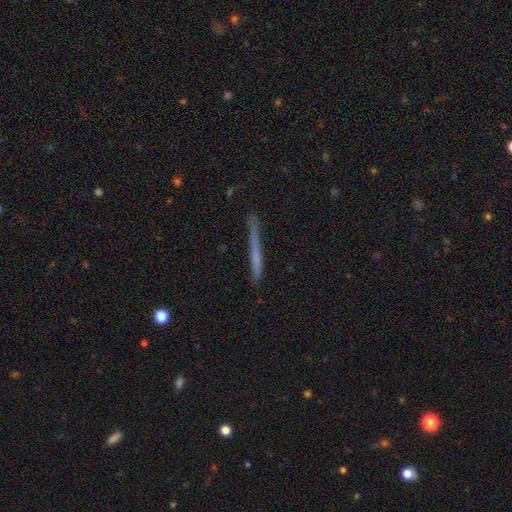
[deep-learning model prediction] Smooth or featured? smooth (48%)
Merging? none (81%)